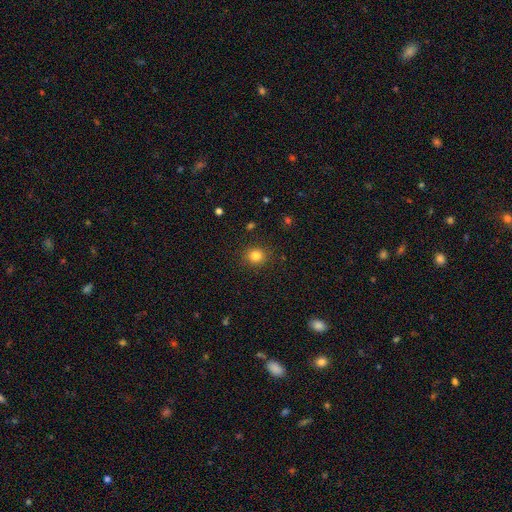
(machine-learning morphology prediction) A smooth galaxy with no disk features (82%) that is round (81%).

Vote fractions:
- Smooth or featured? smooth: 82% / star or artifact: 12% / featured or disk: 5%
- How rounded? round: 81% / in between: 18% / cigar-shaped: 1%
- Merging? none: 88% / minor disturbance: 8% / major disturbance: 3% / merger: 1%